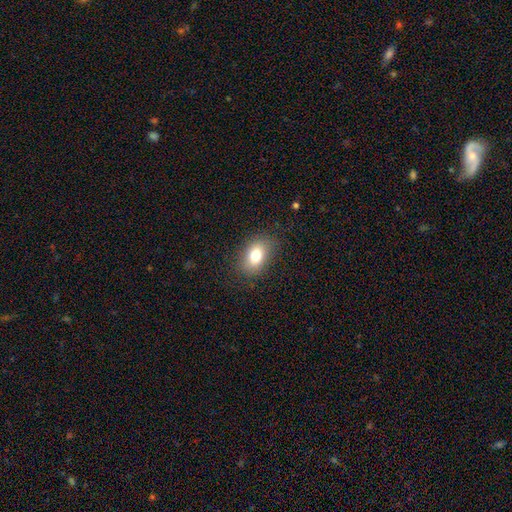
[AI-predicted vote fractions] smooth_or_featured: smooth (p=0.77) [alt: featured or disk p=0.13]
how_rounded: in between (p=0.81) [alt: round p=0.18]
merging: none (p=0.82) [alt: minor disturbance p=0.13]